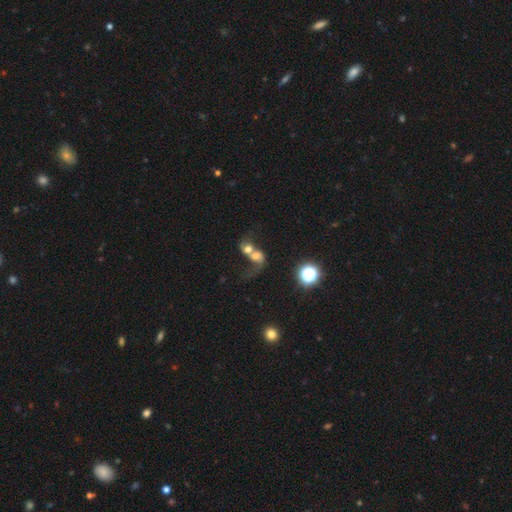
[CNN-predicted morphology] This is marginally a smooth galaxy (45%). Merging: likely merger (80%).